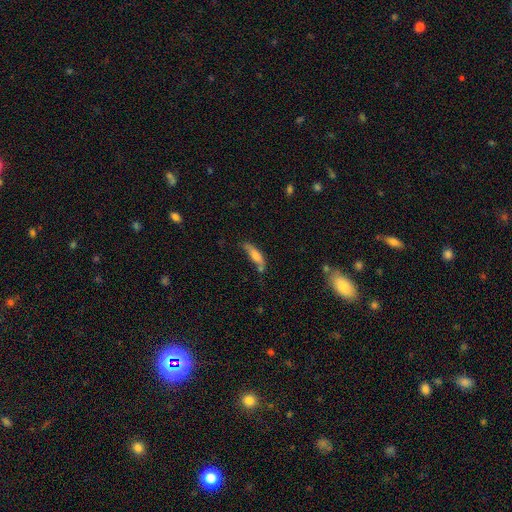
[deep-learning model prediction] Smooth or featured?
  - smooth: 62% *
  - featured or disk: 28%
  - star or artifact: 10%
How rounded?
  - cigar-shaped: 54% *
  - in between: 43%
  - round: 3%
Merging?
  - none: 46% *
  - minor disturbance: 29%
  - major disturbance: 13%
  - merger: 11%